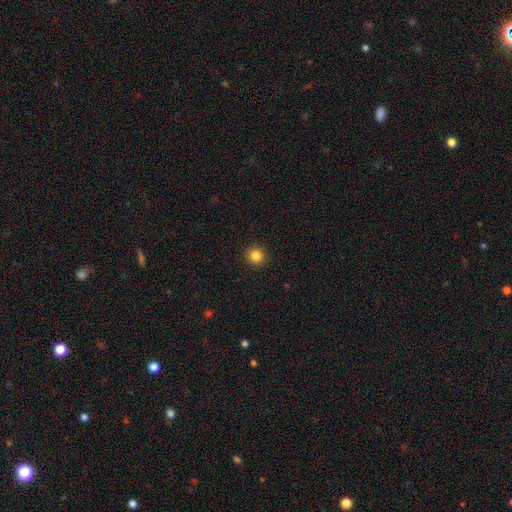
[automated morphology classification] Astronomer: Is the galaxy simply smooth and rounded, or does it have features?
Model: smooth — 85%.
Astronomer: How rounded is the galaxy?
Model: round — 93%.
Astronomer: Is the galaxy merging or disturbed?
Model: none — 93%.